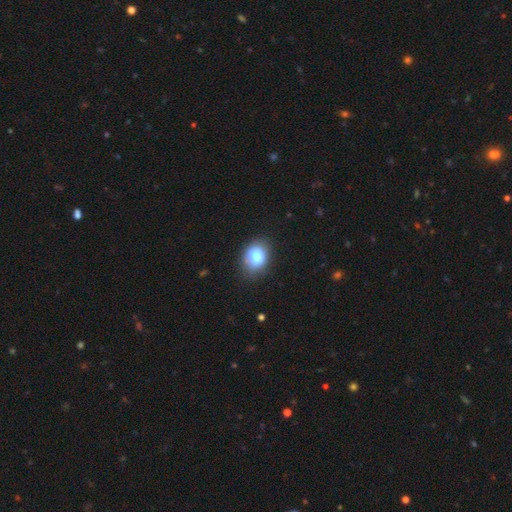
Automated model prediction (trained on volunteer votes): Morphology: type=smooth (81%); roundness=in between (58%); merging=none (81%).